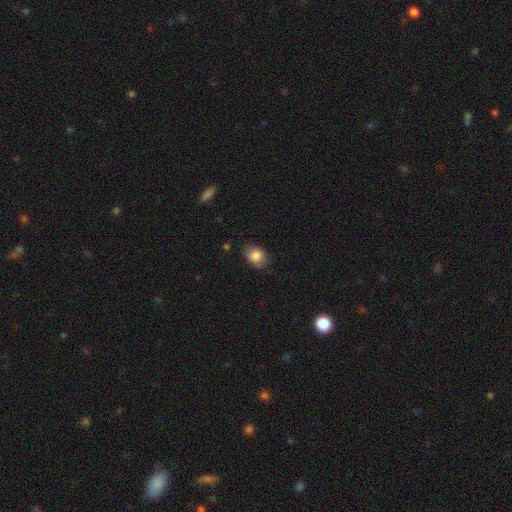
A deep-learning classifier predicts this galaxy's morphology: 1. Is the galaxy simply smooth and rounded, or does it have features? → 83% smooth, 9% featured or disk, 8% star or artifact.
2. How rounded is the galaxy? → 74% in between, 25% round, 1% cigar-shaped.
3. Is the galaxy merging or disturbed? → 77% none, 18% minor disturbance, 4% major disturbance, 1% merger.